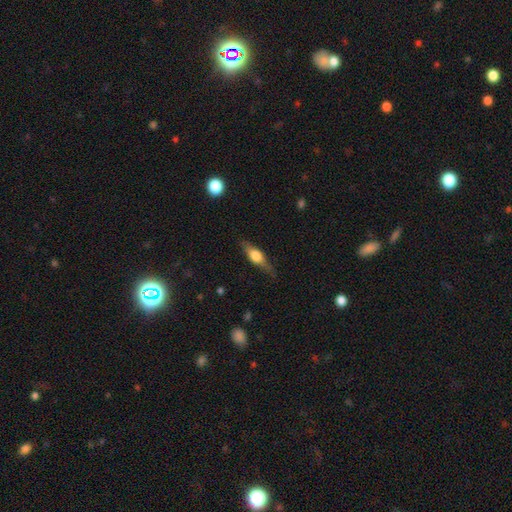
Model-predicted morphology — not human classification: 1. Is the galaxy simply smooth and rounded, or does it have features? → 52% featured or disk, 41% smooth, 7% star or artifact.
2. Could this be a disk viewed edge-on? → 92% yes, 8% no.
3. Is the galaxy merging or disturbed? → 76% none, 17% minor disturbance, 5% major disturbance, 1% merger.